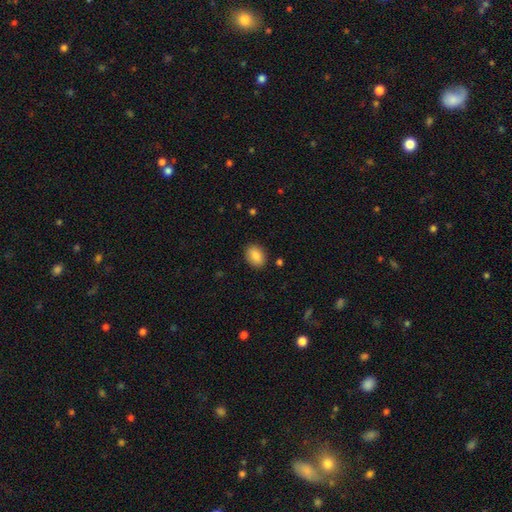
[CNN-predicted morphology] A smooth galaxy with no disk features (88%) that is in between round and cigar-shaped (77%). Merging: none (88%).